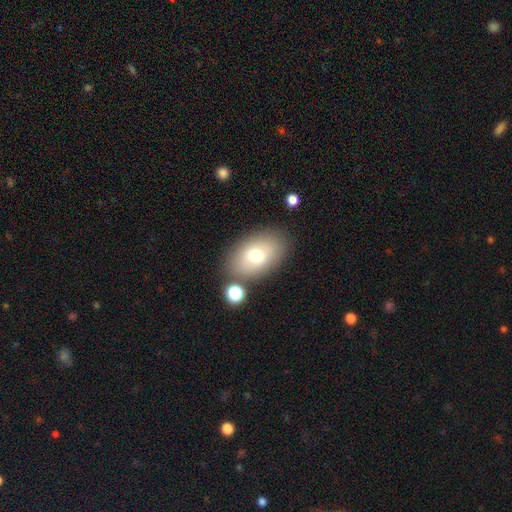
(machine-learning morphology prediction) The model was most divided on "smooth or featured": smooth: 71%, featured or disk: 20%, star or artifact: 9%. More confident: how rounded — in between (89%); merging — none (78%).